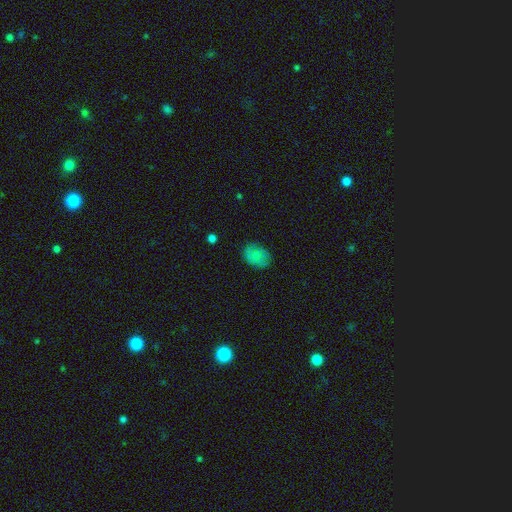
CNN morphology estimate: Smooth or featured?
  - smooth: 73% *
  - featured or disk: 18%
  - star or artifact: 9%
How rounded?
  - in between: 67% *
  - round: 32%
  - cigar-shaped: 1%
Merging?
  - none: 78% *
  - minor disturbance: 17%
  - major disturbance: 4%
  - merger: 1%